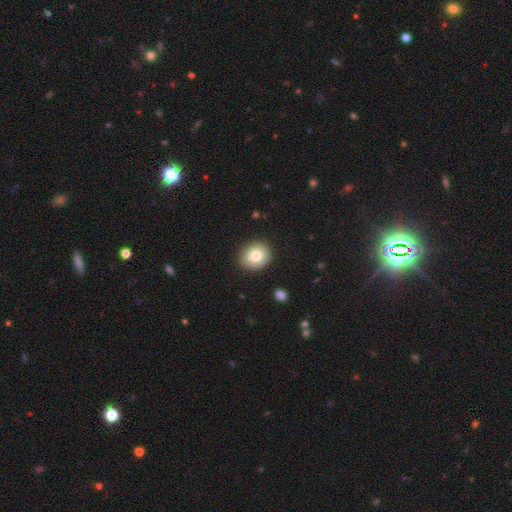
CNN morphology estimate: Smooth or featured? smooth (80%)
How rounded? round (64%)
Merging? none (87%)